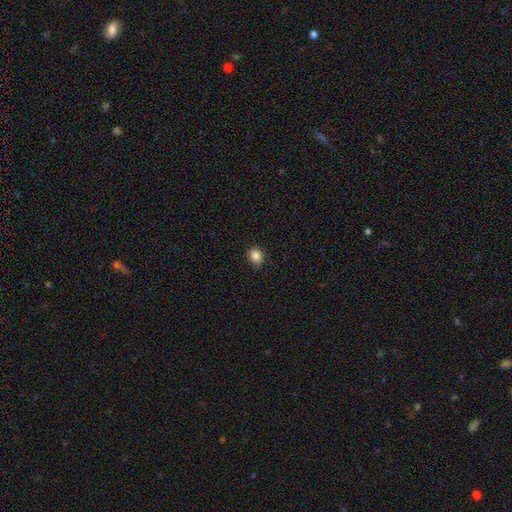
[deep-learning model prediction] This is clearly a smooth galaxy (85%). How rounded: likely round (65%). Merging: clearly none (84%).